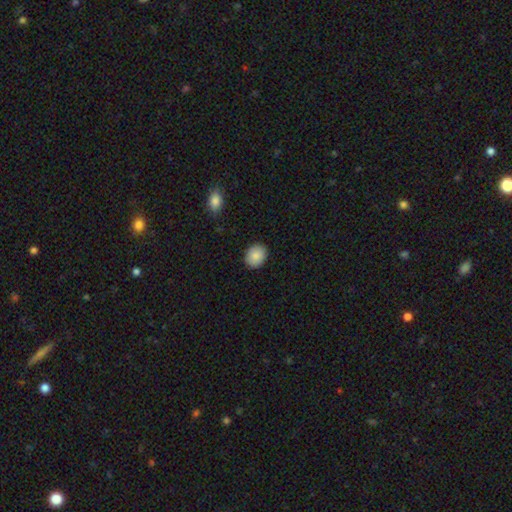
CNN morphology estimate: This is clearly a smooth galaxy (88%). How rounded: possibly round (52%). Merging: clearly none (90%).